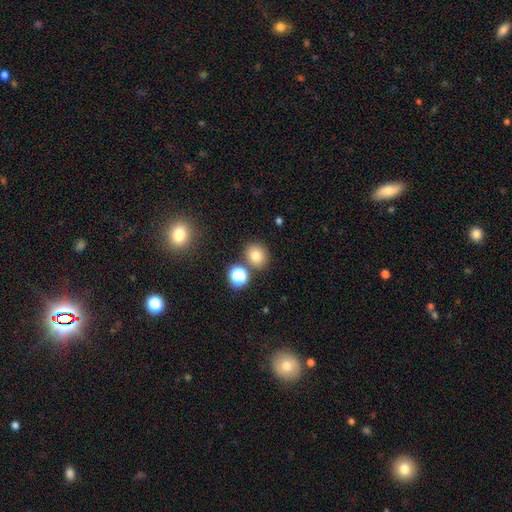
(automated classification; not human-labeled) The model was most divided on "how rounded": round: 79%, in between: 20%, cigar-shaped: 1%. More confident: merging — none (78%); smooth or featured — smooth (77%).